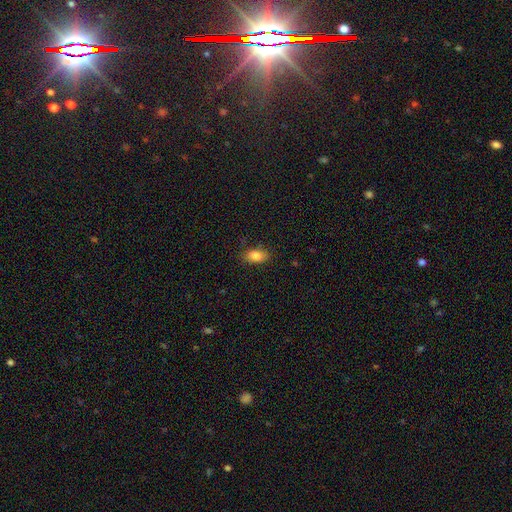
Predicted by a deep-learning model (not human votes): This is clearly a smooth galaxy (85%). How rounded: clearly in between (89%). Merging: clearly none (84%).